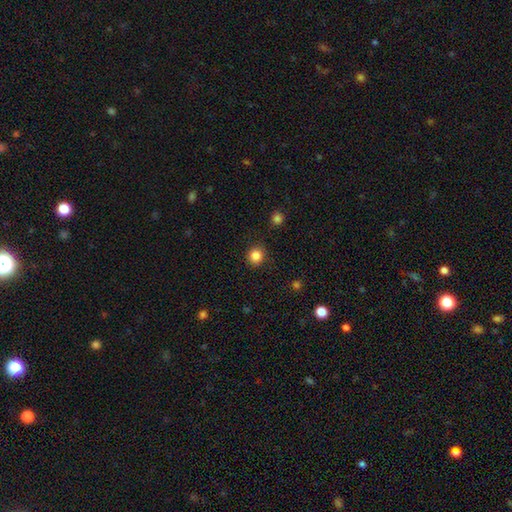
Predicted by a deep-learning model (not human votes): This is clearly a smooth galaxy (85%). How rounded: clearly round (89%). Merging: clearly none (90%).